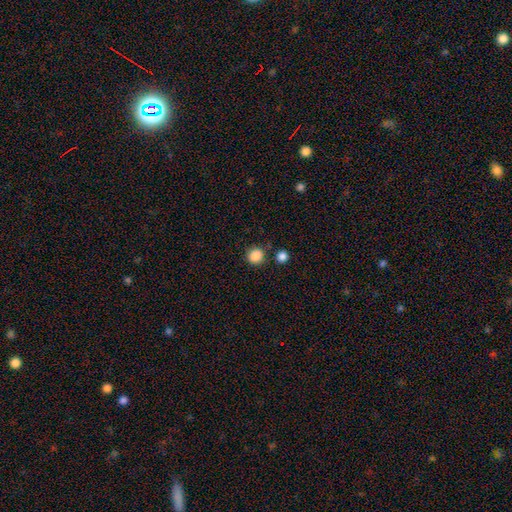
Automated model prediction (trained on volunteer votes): Smooth or featured? smooth (86%)
How rounded? round (89%)
Merging? none (82%)